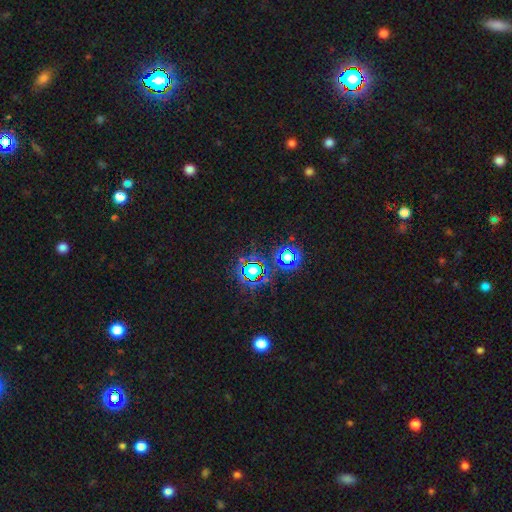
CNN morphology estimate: Smooth or featured? star or artifact (77%)